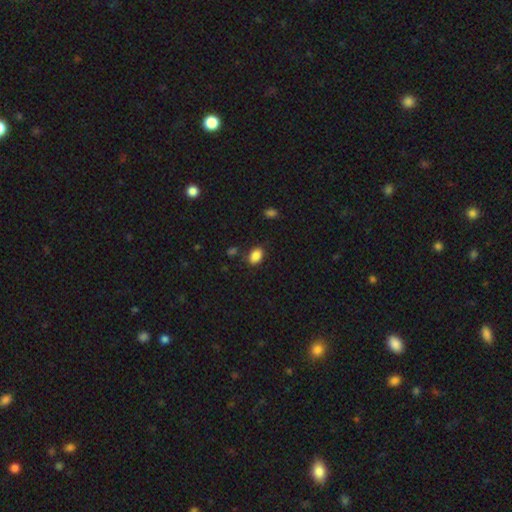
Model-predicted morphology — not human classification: smooth_or_featured: smooth (p=0.86) [alt: star or artifact p=0.09]
how_rounded: in between (p=0.78) [alt: round p=0.21]
merging: none (p=0.81) [alt: minor disturbance p=0.13]